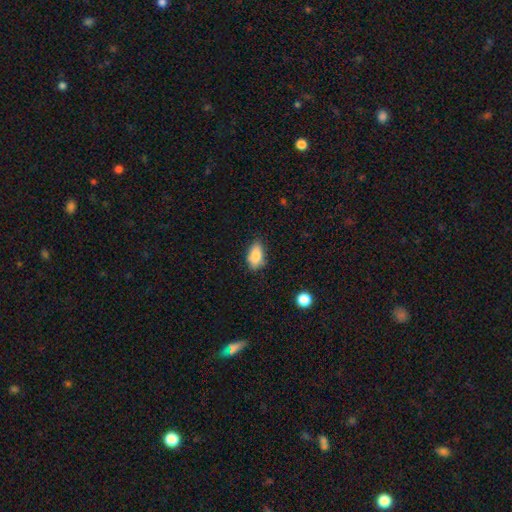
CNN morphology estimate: Smooth or featured? smooth (82%)
How rounded? in between (89%)
Merging? none (72%)